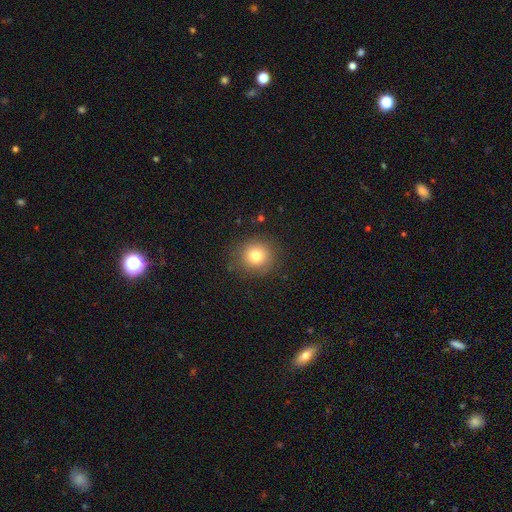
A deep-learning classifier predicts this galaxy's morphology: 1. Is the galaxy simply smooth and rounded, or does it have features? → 78% smooth, 12% star or artifact, 10% featured or disk.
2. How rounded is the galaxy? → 90% round, 9% in between, 1% cigar-shaped.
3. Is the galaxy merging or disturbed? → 84% none, 10% minor disturbance, 4% major disturbance, 1% merger.